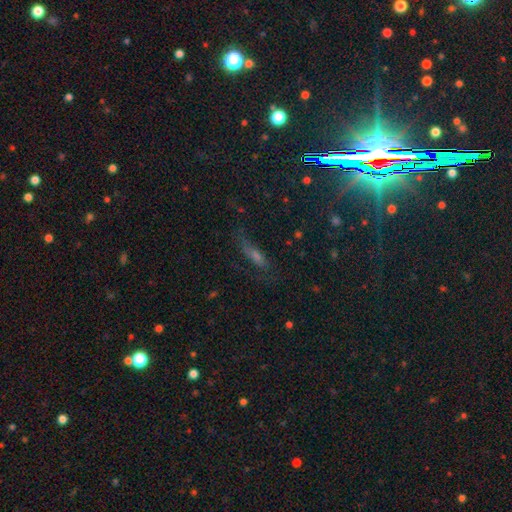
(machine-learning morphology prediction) smooth 35%, star or artifact 33%, featured or disk 32%. Down the decision tree: merging — none (63%).